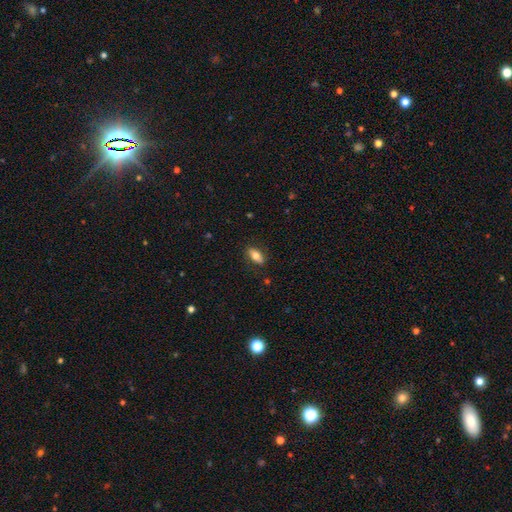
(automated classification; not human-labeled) Smooth or featured? Predicted: smooth (p=0.72). How rounded? Predicted: in between (p=0.82). Merging? Predicted: none (p=0.84).